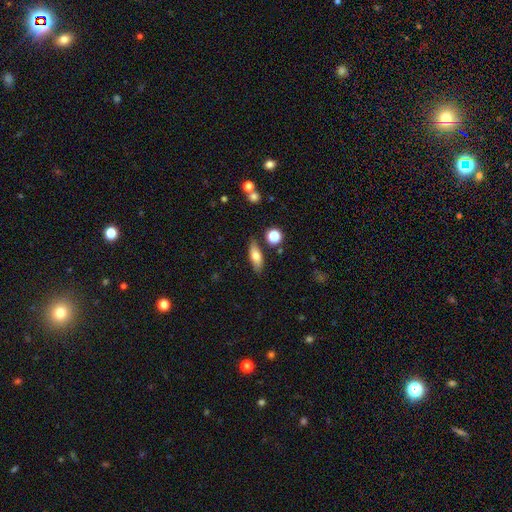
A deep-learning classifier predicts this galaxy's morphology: This appears to be a smooth galaxy with no disk features (72%) that is in between round and cigar-shaped (65%). Merging: none (80%).